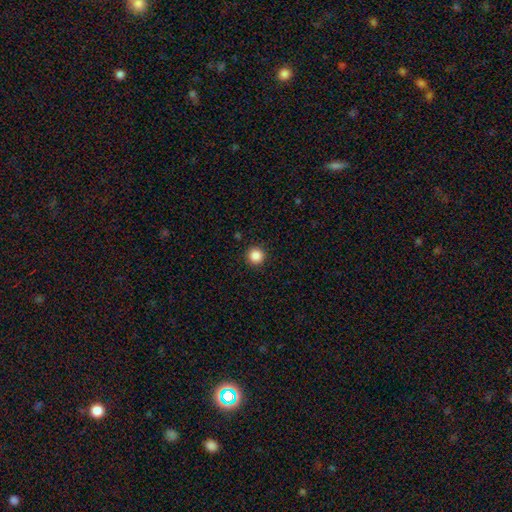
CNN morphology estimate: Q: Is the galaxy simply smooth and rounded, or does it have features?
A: smooth — 87%.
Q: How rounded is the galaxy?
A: round — 96%.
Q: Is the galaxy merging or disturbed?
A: none — 93%.